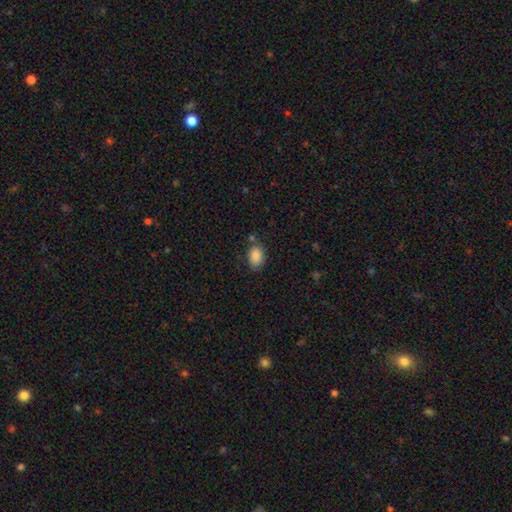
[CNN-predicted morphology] Smooth or featured?
  - smooth: 87% *
  - star or artifact: 8%
  - featured or disk: 4%
How rounded?
  - in between: 85% *
  - round: 13%
  - cigar-shaped: 1%
Merging?
  - none: 71% *
  - minor disturbance: 18%
  - merger: 7%
  - major disturbance: 4%